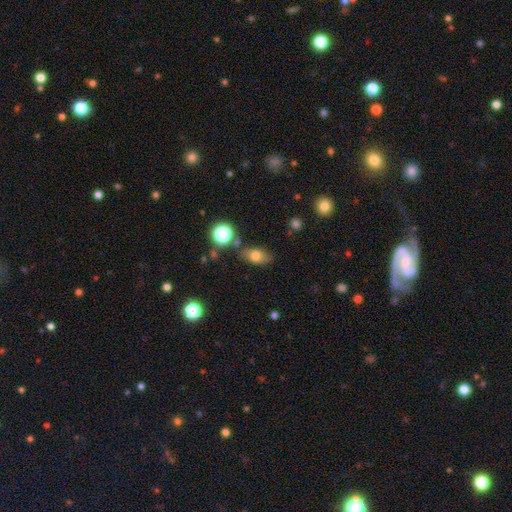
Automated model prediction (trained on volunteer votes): The model was most divided on "smooth or featured": smooth: 72%, featured or disk: 16%, star or artifact: 12%. More confident: how rounded — in between (82%); merging — none (74%).